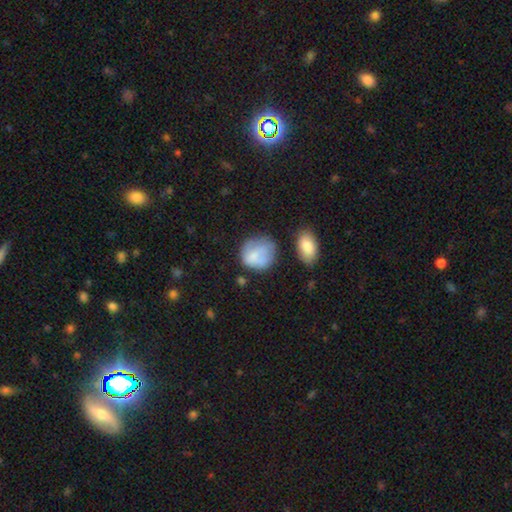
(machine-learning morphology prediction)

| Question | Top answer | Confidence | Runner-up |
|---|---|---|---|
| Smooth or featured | smooth | 70% | featured or disk (22%) |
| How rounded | round | 68% | in between (31%) |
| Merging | none | 45% | minor disturbance (29%) |